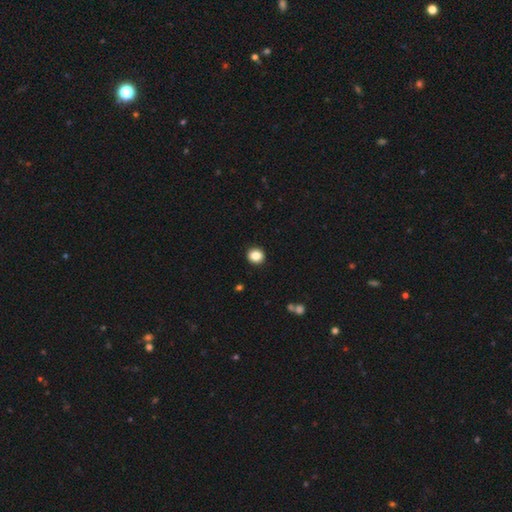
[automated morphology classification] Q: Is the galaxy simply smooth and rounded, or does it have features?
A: smooth — 85%.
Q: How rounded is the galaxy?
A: round — 86%.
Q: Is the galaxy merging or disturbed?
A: none — 92%.